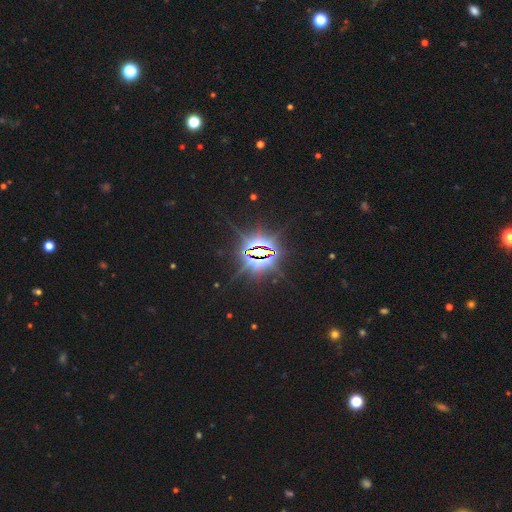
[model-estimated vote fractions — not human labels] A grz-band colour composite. It shows a star or artifact, not a galaxy (85%).